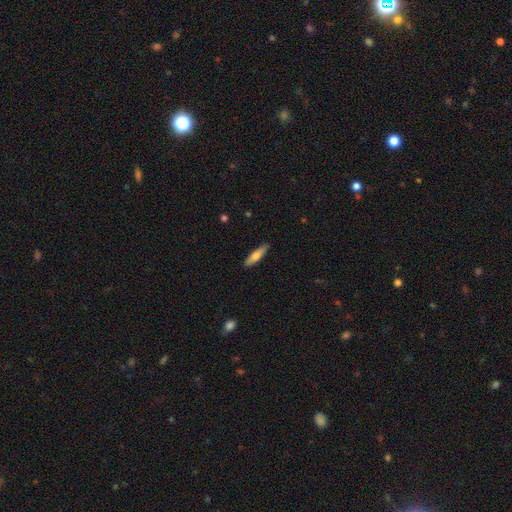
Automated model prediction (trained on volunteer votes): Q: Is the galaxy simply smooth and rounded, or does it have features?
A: smooth — 68%.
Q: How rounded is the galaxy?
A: cigar-shaped — 78%.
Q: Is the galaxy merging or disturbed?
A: none — 89%.